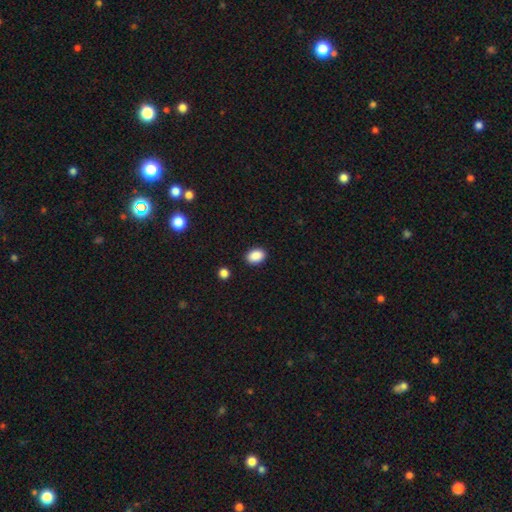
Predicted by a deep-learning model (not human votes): smooth 89%, star or artifact 8%, featured or disk 3%. Down the decision tree: how rounded — in between (79%); merging — none (88%).